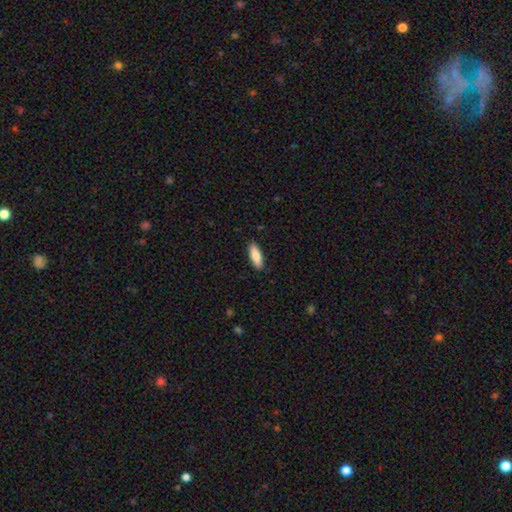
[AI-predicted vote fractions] This is clearly a smooth galaxy (84%). How rounded: likely in between (60%). Merging: clearly none (89%).